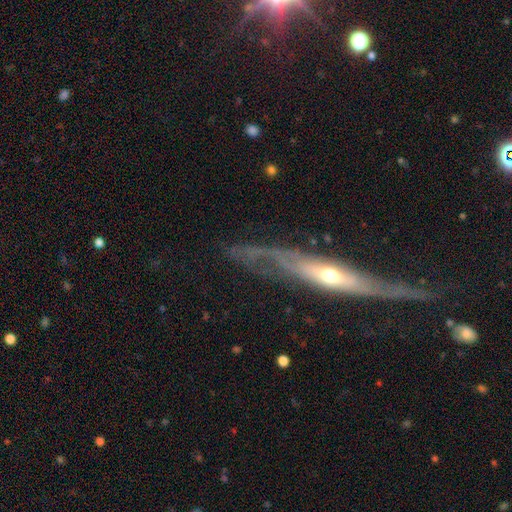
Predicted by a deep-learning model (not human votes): Smooth or featured?
  - featured or disk: 79% *
  - smooth: 14%
  - star or artifact: 7%
Edge-on disk?
  - yes: 57% *
  - no: 43%
Merging?
  - none: 60% *
  - minor disturbance: 21%
  - major disturbance: 16%
  - merger: 3%